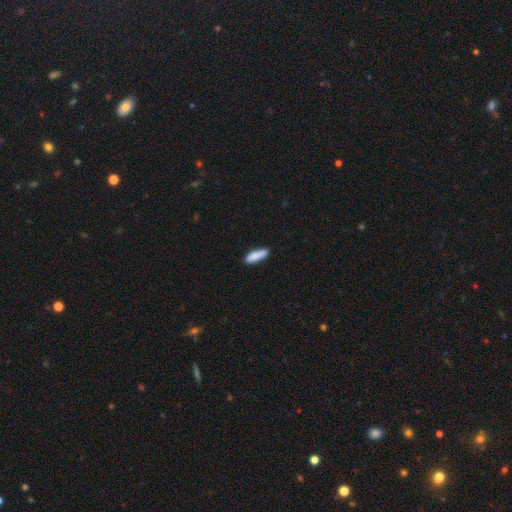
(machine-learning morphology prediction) Smooth or featured? smooth (87%)
How rounded? cigar-shaped (63%)
Merging? none (84%)